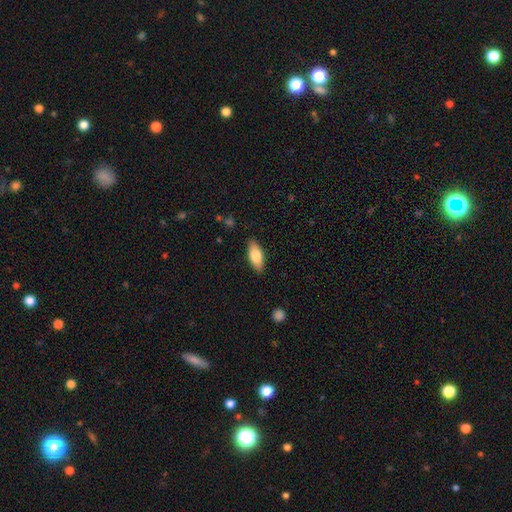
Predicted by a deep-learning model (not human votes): Smooth or featured: smooth — 75% (featured or disk — 19%)
How rounded: in between — 81% (cigar-shaped — 17%)
Merging: none — 87% (minor disturbance — 10%)